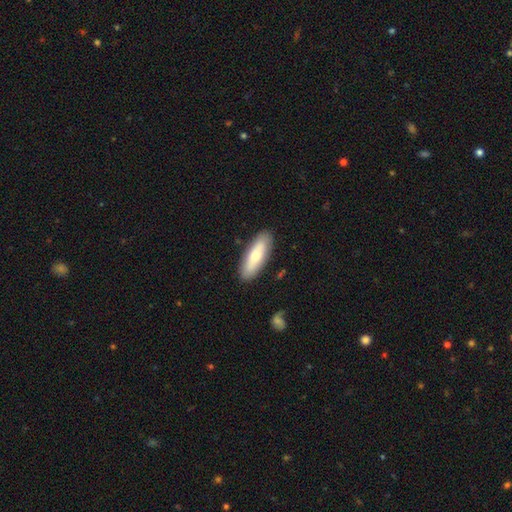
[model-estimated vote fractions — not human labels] A smooth galaxy with no disk features (66%) that is in between round and cigar-shaped (59%). Merging: none (88%).